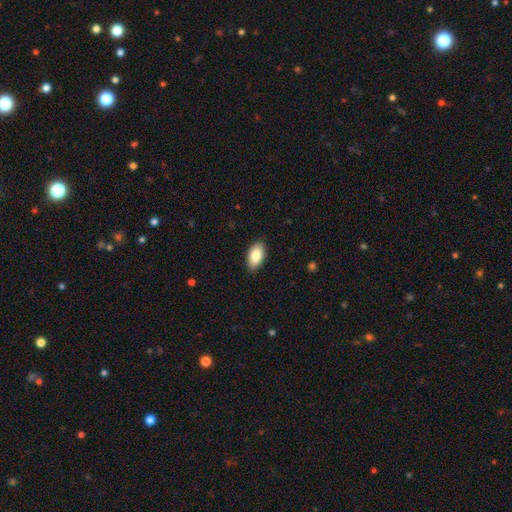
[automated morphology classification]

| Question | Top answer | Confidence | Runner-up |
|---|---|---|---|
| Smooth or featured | smooth | 85% | featured or disk (9%) |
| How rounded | in between | 95% | round (3%) |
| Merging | none | 89% | minor disturbance (8%) |